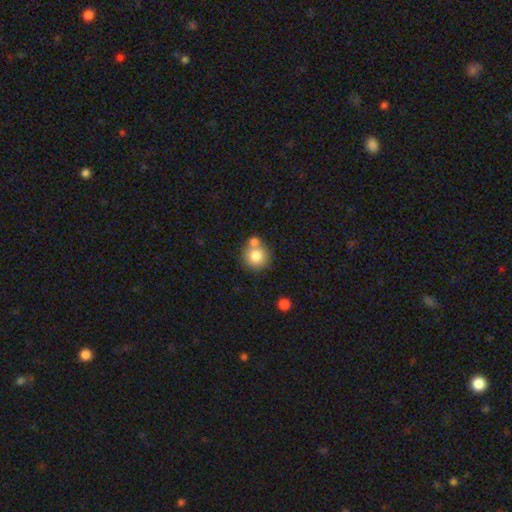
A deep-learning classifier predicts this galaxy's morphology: type=smooth (78%); roundness=round (89%); merging=none (60%).